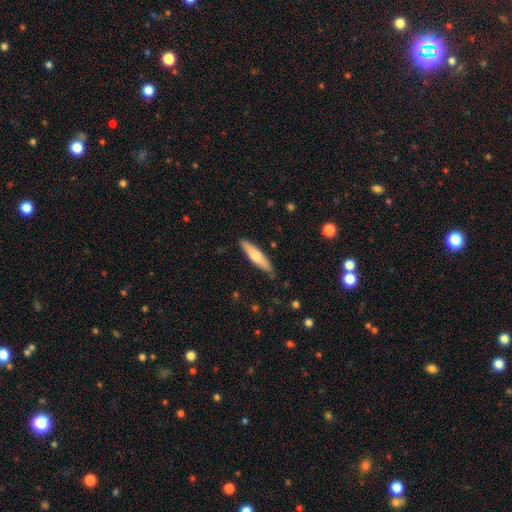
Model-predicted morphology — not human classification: This appears to be a smooth galaxy with no disk features (61%) that is cigar-shaped (78%). Merging: none (85%).